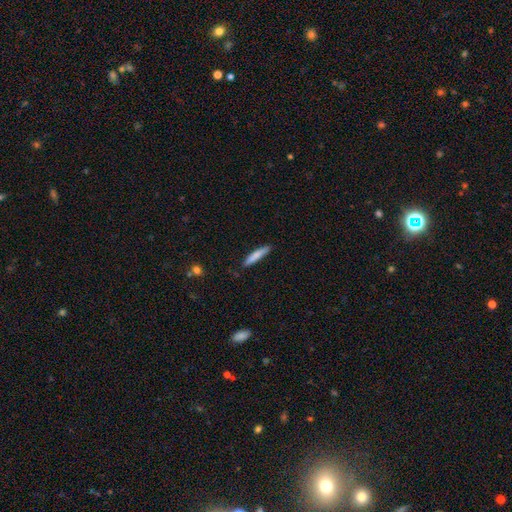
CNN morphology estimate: This is likely a smooth galaxy (76%). How rounded: clearly cigar-shaped (91%). Merging: clearly none (86%).